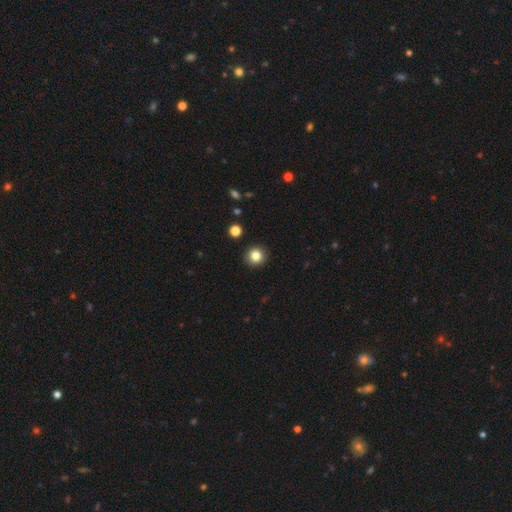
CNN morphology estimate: smooth_or_featured: smooth (p=0.83) [alt: star or artifact p=0.11]
how_rounded: round (p=0.93) [alt: in between p=0.06]
merging: none (p=0.92) [alt: minor disturbance p=0.05]